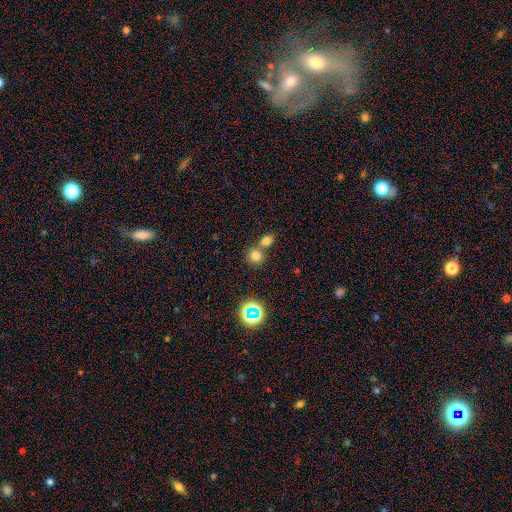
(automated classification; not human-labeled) smooth-or-featured: smooth: 75% | star or artifact: 17% | featured or disk: 9%
  how-rounded: round: 77% | in between: 21% | cigar-shaped: 1%
  merging: none: 50% | merger: 40% | minor disturbance: 7% | major disturbance: 3%